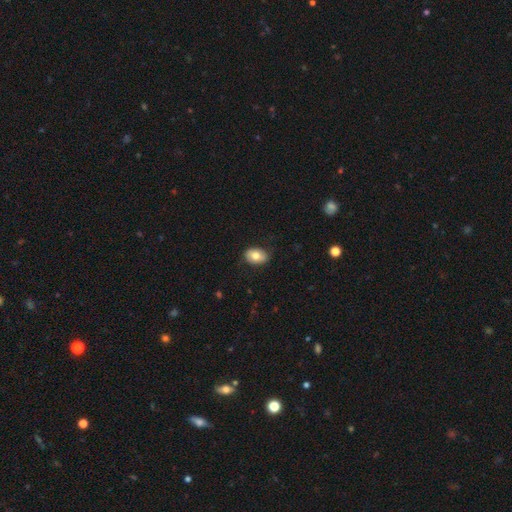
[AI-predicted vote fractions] smooth_or_featured: smooth (p=0.76) [alt: featured or disk p=0.17]
how_rounded: in between (p=0.82) [alt: round p=0.17]
merging: none (p=0.83) [alt: minor disturbance p=0.14]